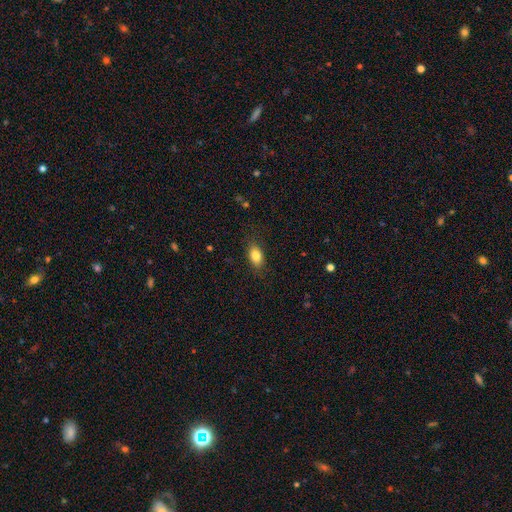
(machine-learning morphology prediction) smooth-or-featured: smooth: 83% | star or artifact: 8% | featured or disk: 8%
  how-rounded: in between: 87% | round: 10% | cigar-shaped: 3%
  merging: none: 84% | minor disturbance: 12% | major disturbance: 3% | merger: 1%